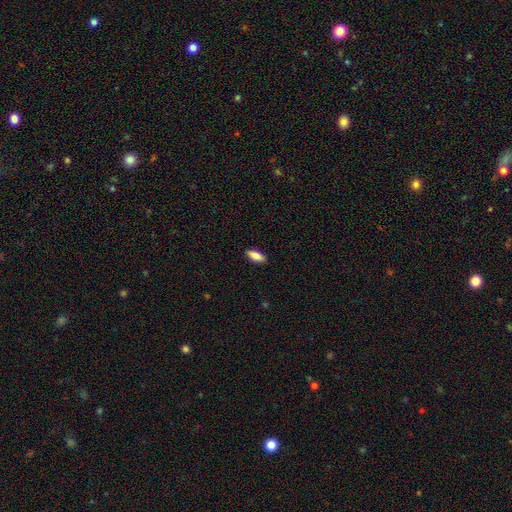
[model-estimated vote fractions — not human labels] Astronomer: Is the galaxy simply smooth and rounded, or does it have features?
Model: smooth — 86%.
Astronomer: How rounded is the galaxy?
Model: in between — 75%.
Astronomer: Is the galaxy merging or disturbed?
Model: none — 89%.